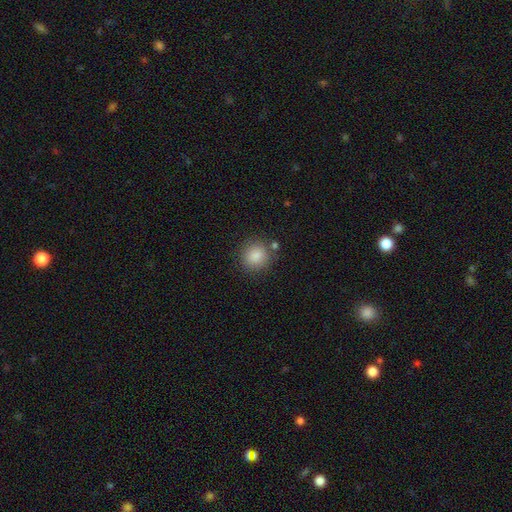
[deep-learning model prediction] smooth-or-featured: smooth: 86% | star or artifact: 9% | featured or disk: 5%
  how-rounded: round: 86% | in between: 13% | cigar-shaped: 1%
  merging: none: 81% | minor disturbance: 10% | merger: 5% | major disturbance: 3%